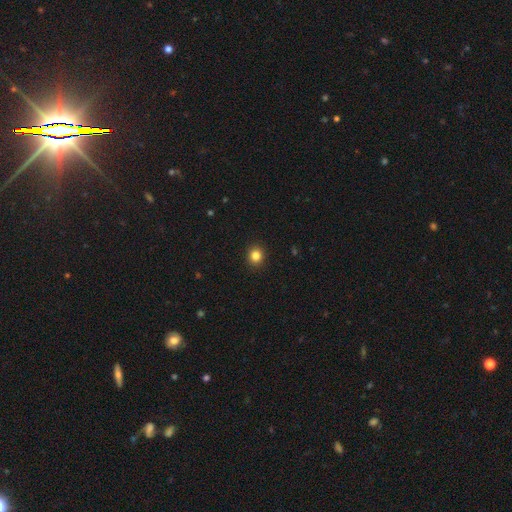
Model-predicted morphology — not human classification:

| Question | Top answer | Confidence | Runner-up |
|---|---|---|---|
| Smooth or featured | smooth | 84% | star or artifact (12%) |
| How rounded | round | 86% | in between (13%) |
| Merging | none | 92% | minor disturbance (5%) |